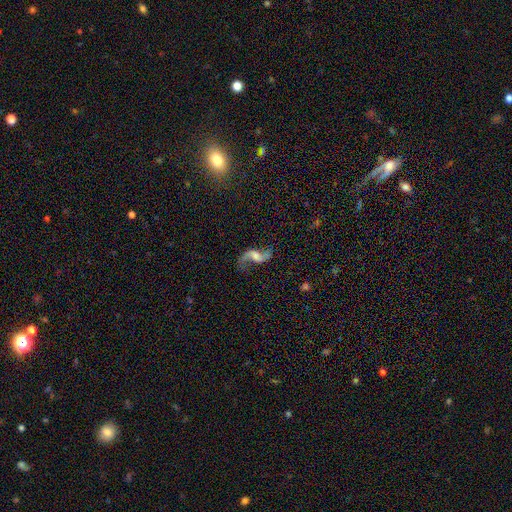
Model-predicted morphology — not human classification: The model was most divided on "bulge size": moderate: 34%, small: 33%, none: 21%, large: 10%, dominant: 2%. Remaining: edge-on disk — no (96%); spiral arms — yes (95%); spiral arm count — 2 (92%); spiral winding — loose (86%); smooth or featured — featured or disk (85%); merging — none (70%); bar — weak (45%).